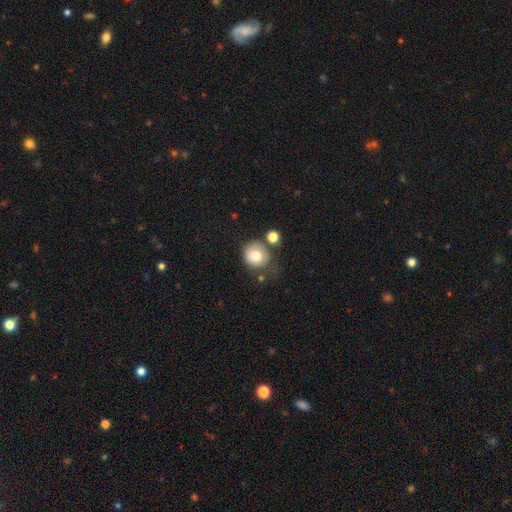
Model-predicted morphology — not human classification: A smooth galaxy with no disk features (77%) that is round (82%).

Vote fractions:
- Smooth or featured? smooth: 77% / featured or disk: 15% / star or artifact: 9%
- How rounded? round: 82% / in between: 17% / cigar-shaped: 1%
- Merging? none: 53% / minor disturbance: 22% / merger: 14% / major disturbance: 11%